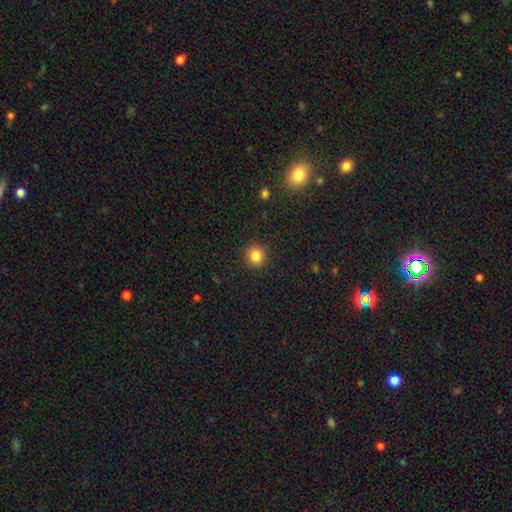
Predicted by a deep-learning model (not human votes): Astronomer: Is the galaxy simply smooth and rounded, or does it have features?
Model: smooth — 84%.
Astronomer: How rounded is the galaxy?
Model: round — 93%.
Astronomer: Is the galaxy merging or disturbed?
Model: none — 91%.